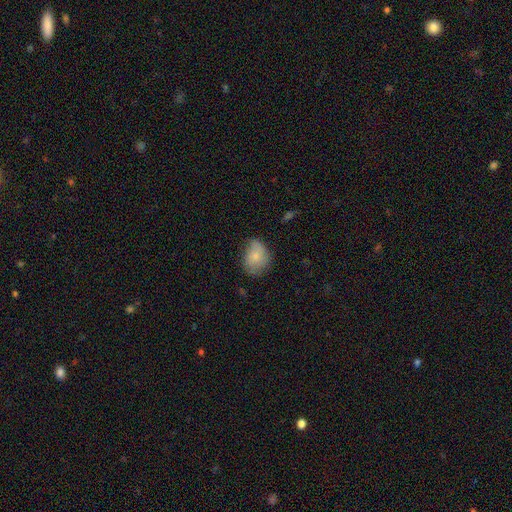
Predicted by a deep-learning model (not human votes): Morphology: type=smooth (72%); roundness=in between (59%); merging=none (49%).